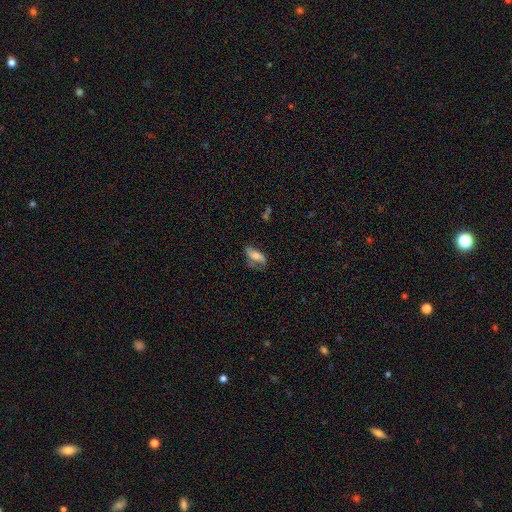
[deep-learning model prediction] smooth_or_featured: smooth (p=0.49) [alt: featured or disk p=0.43]
merging: none (p=0.48) [alt: minor disturbance p=0.30]